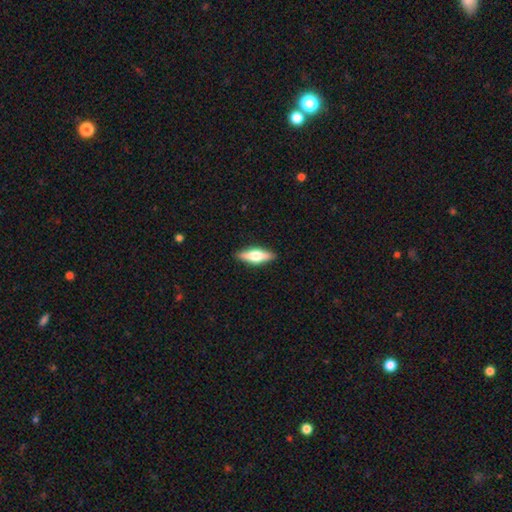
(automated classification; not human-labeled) Smooth or featured? Predicted: smooth (p=0.49). Merging? Predicted: none (p=0.89).